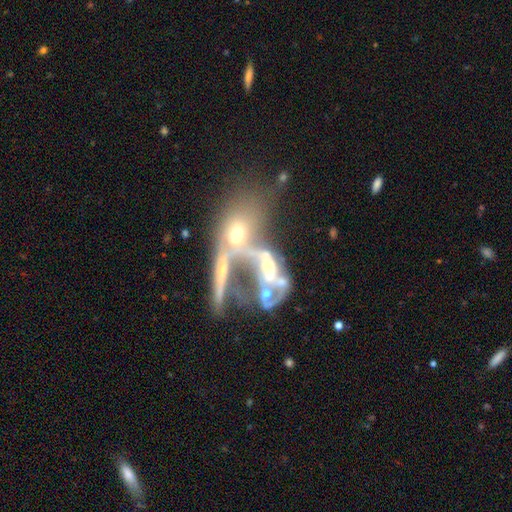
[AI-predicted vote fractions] featured or disk 53%, smooth 26%, star or artifact 20%. Down the decision tree: edge-on disk — no (81%); merging — merger (65%).